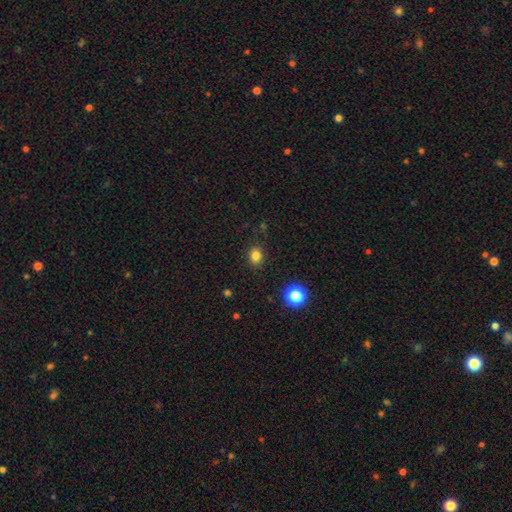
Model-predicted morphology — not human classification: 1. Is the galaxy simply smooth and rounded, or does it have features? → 82% smooth, 13% star or artifact, 5% featured or disk.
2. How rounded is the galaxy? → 61% round, 38% in between, 1% cigar-shaped.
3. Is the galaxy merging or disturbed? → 88% none, 8% minor disturbance, 2% major disturbance, 1% merger.